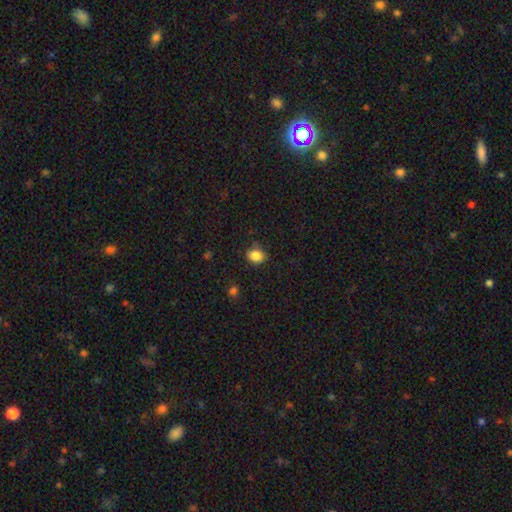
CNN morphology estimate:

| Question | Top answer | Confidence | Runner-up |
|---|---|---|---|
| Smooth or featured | smooth | 86% | star or artifact (10%) |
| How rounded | in between | 53% | round (46%) |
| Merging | none | 77% | minor disturbance (17%) |